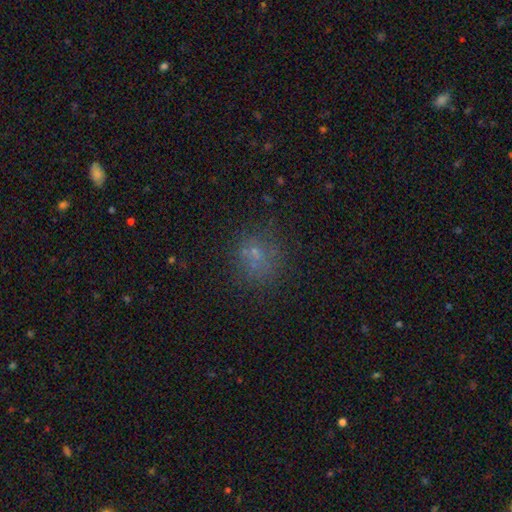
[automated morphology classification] A smooth galaxy with no disk features (56%) that is round (80%). Merging: none (69%).